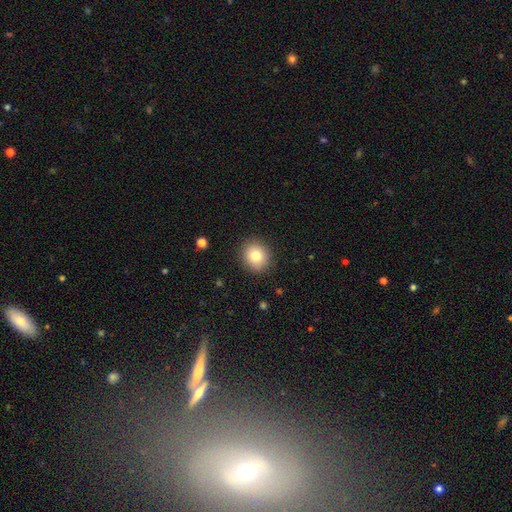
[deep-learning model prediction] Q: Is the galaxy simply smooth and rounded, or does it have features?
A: smooth — 80%.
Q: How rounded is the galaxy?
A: round — 80%.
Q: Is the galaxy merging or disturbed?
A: none — 89%.